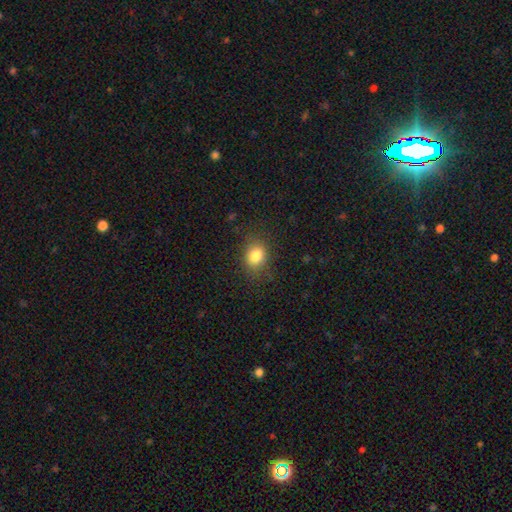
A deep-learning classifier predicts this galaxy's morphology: smooth-or-featured: smooth: 83% | star or artifact: 11% | featured or disk: 6%
  how-rounded: in between: 55% | round: 43% | cigar-shaped: 1%
  merging: none: 80% | minor disturbance: 14% | major disturbance: 5% | merger: 1%